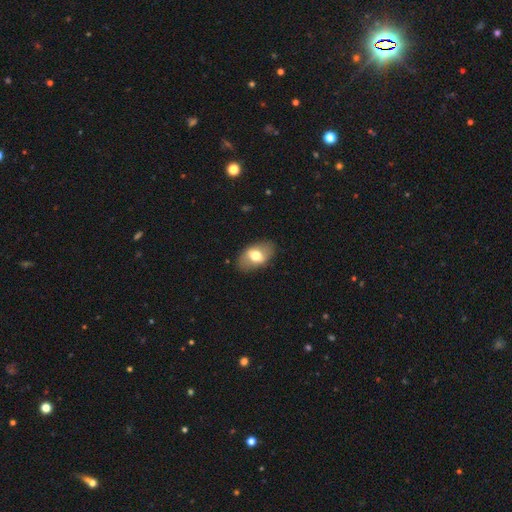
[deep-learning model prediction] The model was most divided on "smooth or featured": smooth: 61%, featured or disk: 32%, star or artifact: 7%. More confident: how rounded — in between (88%); merging — none (84%).